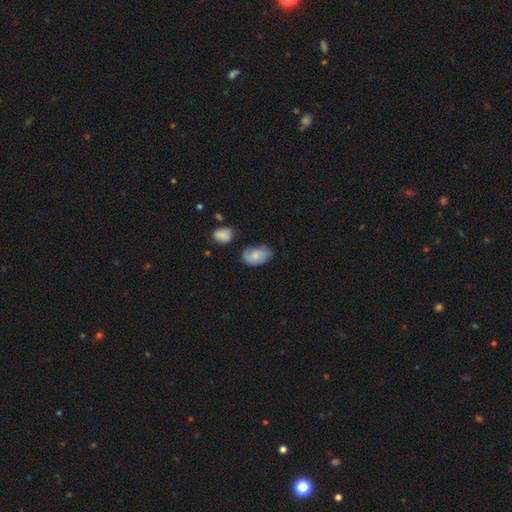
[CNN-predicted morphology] A smooth galaxy with no disk features (58%) that is in between round and cigar-shaped (88%).

Vote fractions:
- Smooth or featured? smooth: 58% / featured or disk: 35% / star or artifact: 7%
- How rounded? in between: 88% / round: 11% / cigar-shaped: 1%
- Merging? none: 52% / minor disturbance: 33% / major disturbance: 10% / merger: 5%